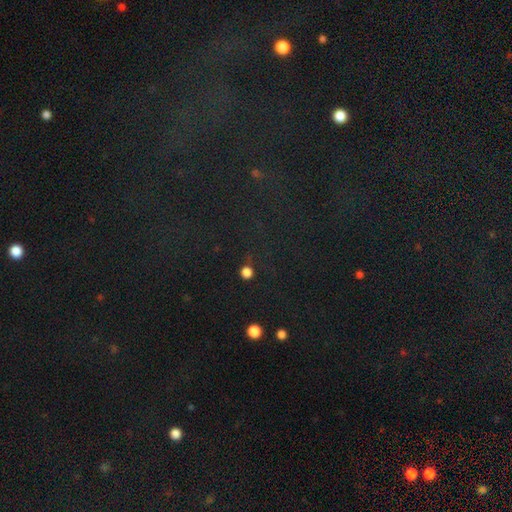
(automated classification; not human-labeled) Overall: star or artifact (80%).